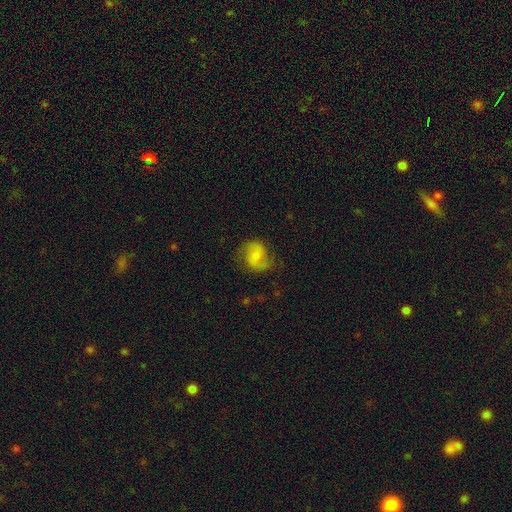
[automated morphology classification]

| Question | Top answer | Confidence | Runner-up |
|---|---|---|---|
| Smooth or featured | featured or disk | 54% | smooth (37%) |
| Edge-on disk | no | 97% | yes (3%) |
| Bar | no | 46% | weak (42%) |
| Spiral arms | yes | 91% | no (9%) |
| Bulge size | small | 38% | none (27%) |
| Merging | none | 71% | minor disturbance (18%) |